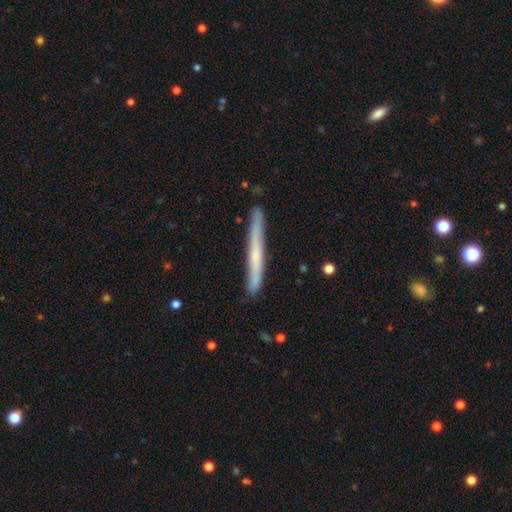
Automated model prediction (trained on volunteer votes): Smooth or featured?
  - smooth: 47% * (tied)
  - featured or disk: 47% * (tied)
  - star or artifact: 6%
Merging?
  - none: 86% *
  - minor disturbance: 11%
  - major disturbance: 2%
  - merger: 2%